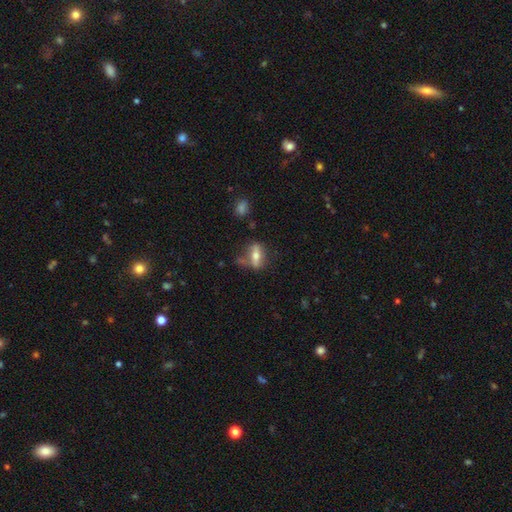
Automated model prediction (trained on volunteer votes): This appears to be a smooth galaxy with no disk features (47%). Merging: none (63%).